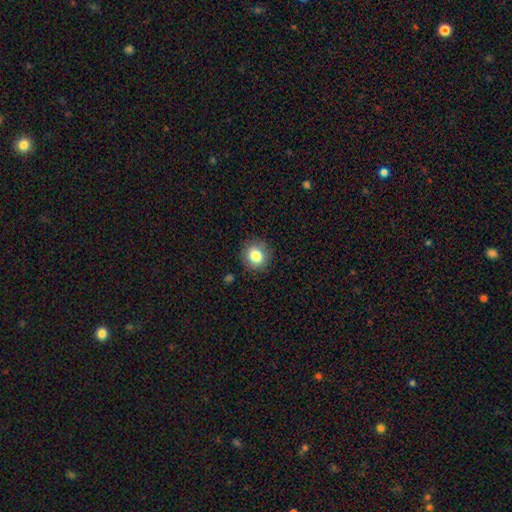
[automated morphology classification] The model was most divided on "smooth or featured": smooth: 82%, star or artifact: 10%, featured or disk: 8%. More confident: merging — none (89%); how rounded — round (87%).